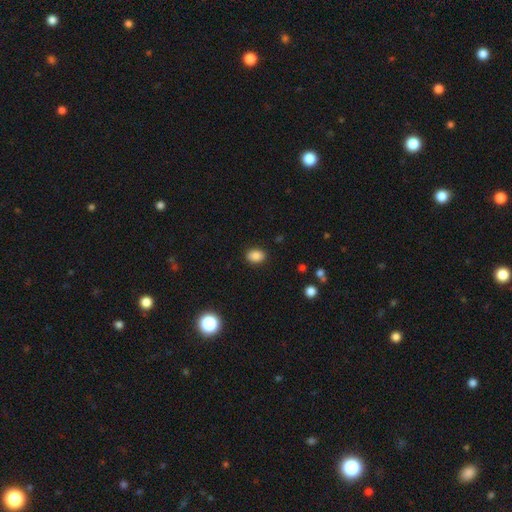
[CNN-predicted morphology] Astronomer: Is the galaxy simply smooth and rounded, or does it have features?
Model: smooth — 86%.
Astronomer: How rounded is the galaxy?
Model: in between — 69%.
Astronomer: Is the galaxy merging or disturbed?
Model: none — 88%.